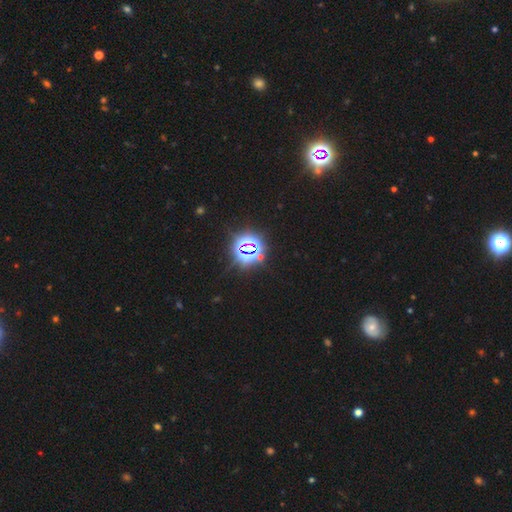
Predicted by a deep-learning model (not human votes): Smooth or featured? Predicted: star or artifact (p=0.80).